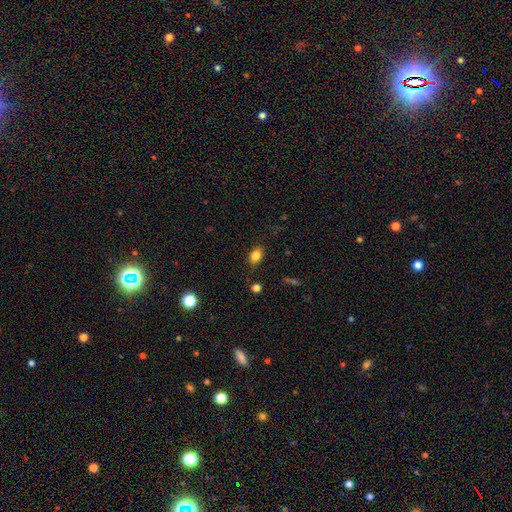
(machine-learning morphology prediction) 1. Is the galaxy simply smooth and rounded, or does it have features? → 83% smooth, 10% star or artifact, 7% featured or disk.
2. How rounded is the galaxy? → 76% in between, 23% round, 1% cigar-shaped.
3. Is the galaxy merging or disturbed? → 83% none, 12% minor disturbance, 3% major disturbance, 2% merger.